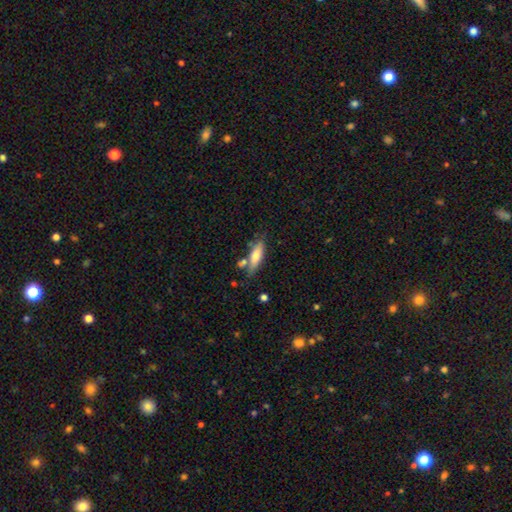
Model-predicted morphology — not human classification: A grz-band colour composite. It shows a smooth galaxy with no disk features (68%) that is cigar-shaped (56%). Merging: none (66%).